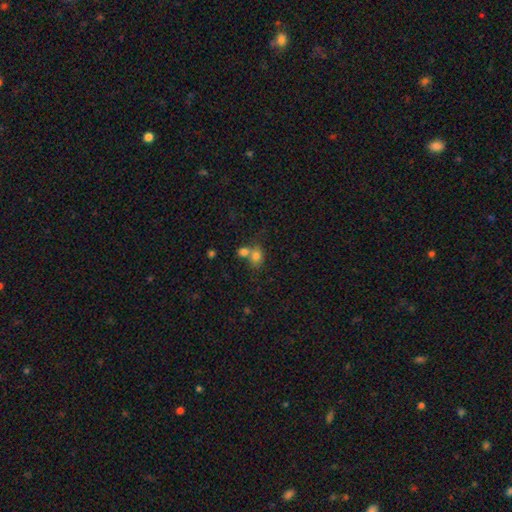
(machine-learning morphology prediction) smooth_or_featured: smooth (p=0.78) [alt: star or artifact p=0.12]
how_rounded: in between (p=0.51) [alt: round p=0.47]
merging: merger (p=0.48) [alt: none p=0.38]